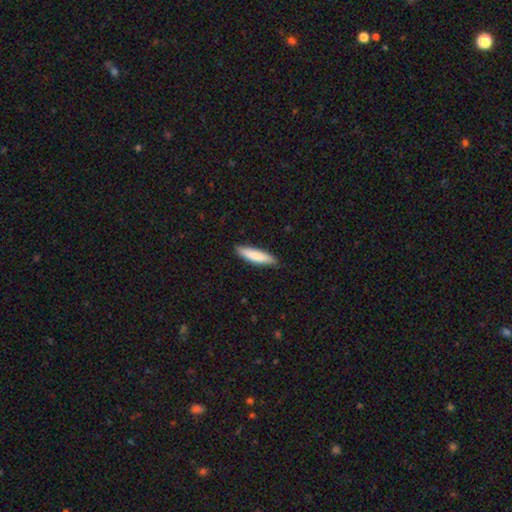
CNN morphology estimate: Smooth or featured: smooth — 84% (featured or disk — 11%)
How rounded: cigar-shaped — 75% (in between — 24%)
Merging: none — 87% (minor disturbance — 11%)